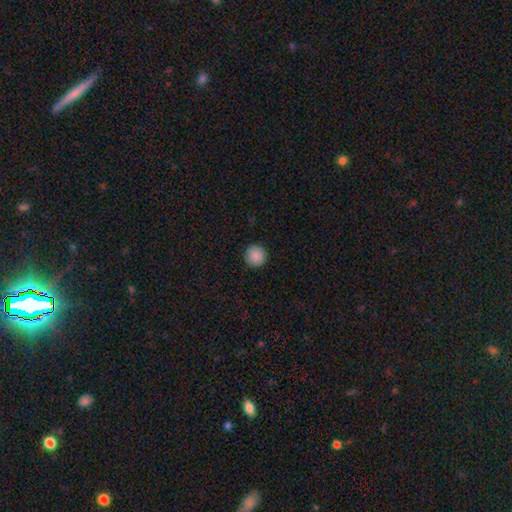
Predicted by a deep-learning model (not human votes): A smooth galaxy with no disk features (89%) that is round (96%).

Vote fractions:
- Smooth or featured? smooth: 89% / star or artifact: 8% / featured or disk: 3%
- How rounded? round: 96% / in between: 3% / cigar-shaped: 1%
- Merging? none: 92% / minor disturbance: 5% / major disturbance: 2% / merger: 1%